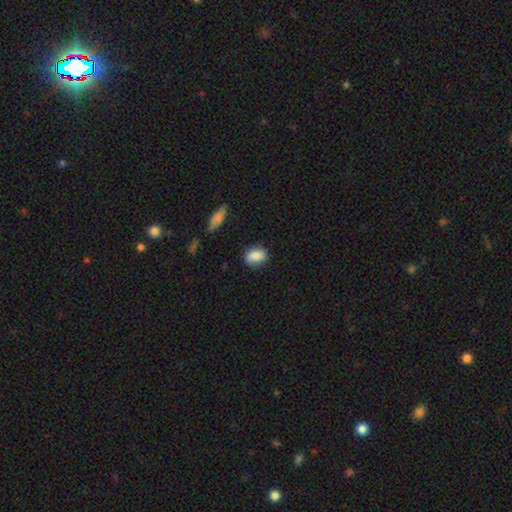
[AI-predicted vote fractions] smooth 83%, featured or disk 9%, star or artifact 8%. Down the decision tree: how rounded — in between (69%); merging — none (76%).